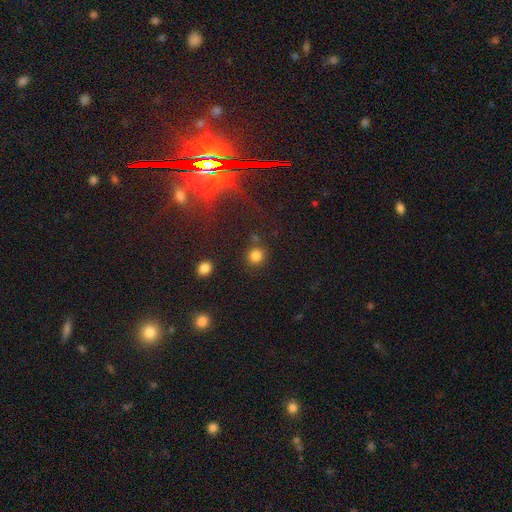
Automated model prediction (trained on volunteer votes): Morphology: type=smooth (82%); roundness=round (89%); merging=none (81%).